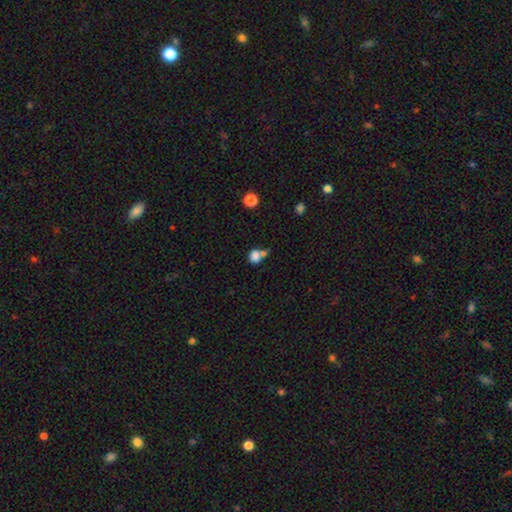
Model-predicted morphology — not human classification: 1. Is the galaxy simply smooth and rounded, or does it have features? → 80% smooth, 11% star or artifact, 9% featured or disk.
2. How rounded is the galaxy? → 53% round, 46% in between, 1% cigar-shaped.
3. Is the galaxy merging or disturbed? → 46% merger, 35% none, 13% minor disturbance, 7% major disturbance.